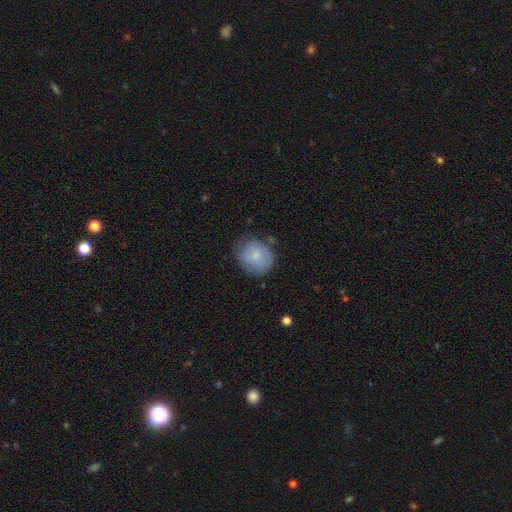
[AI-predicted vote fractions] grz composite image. It shows a smooth galaxy with no disk features (78%) that is round (77%). Merging: none (67%).